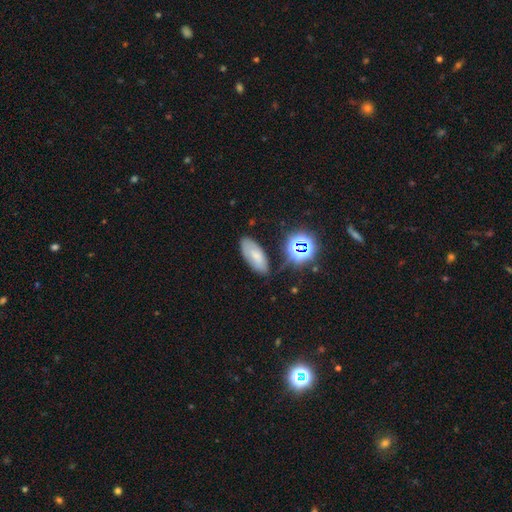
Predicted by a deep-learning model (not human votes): Smooth or featured? smooth (62%)
How rounded? in between (87%)
Merging? none (71%)